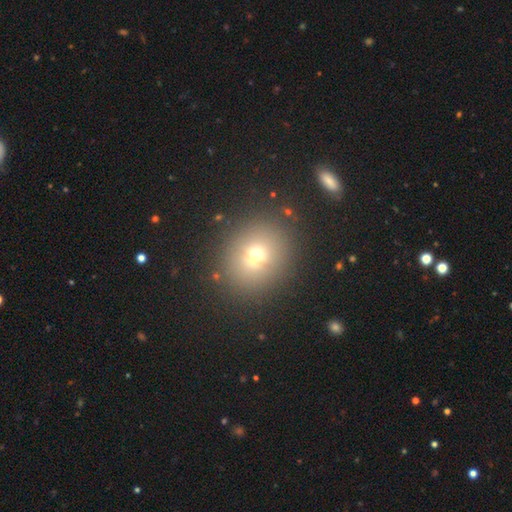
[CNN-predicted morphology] type=smooth (67%); roundness=round (77%); merging=none (84%).